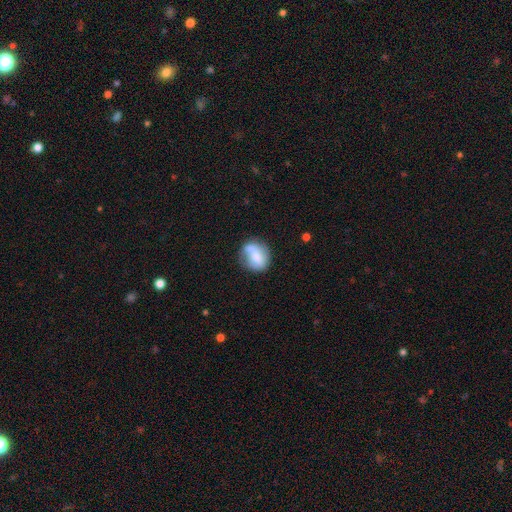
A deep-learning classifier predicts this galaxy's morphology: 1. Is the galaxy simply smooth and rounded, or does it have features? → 63% smooth, 29% featured or disk, 8% star or artifact.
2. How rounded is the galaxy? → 59% round, 39% in between, 1% cigar-shaped.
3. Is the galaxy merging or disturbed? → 47% none, 26% minor disturbance, 16% merger, 12% major disturbance.